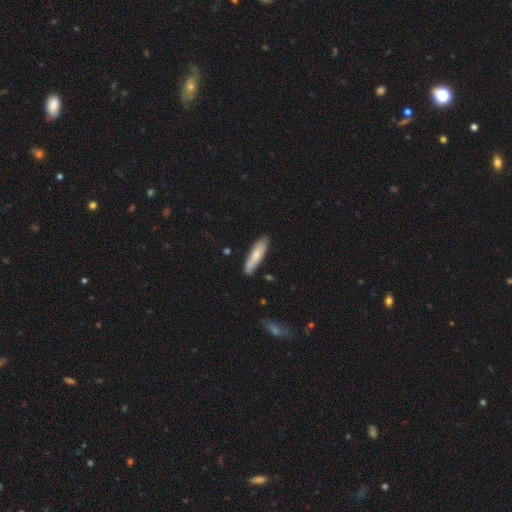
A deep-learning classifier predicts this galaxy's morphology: The model was most divided on "how rounded": cigar-shaped: 74%, in between: 25%, round: 1%. More confident: merging — none (83%); smooth or featured — smooth (76%).